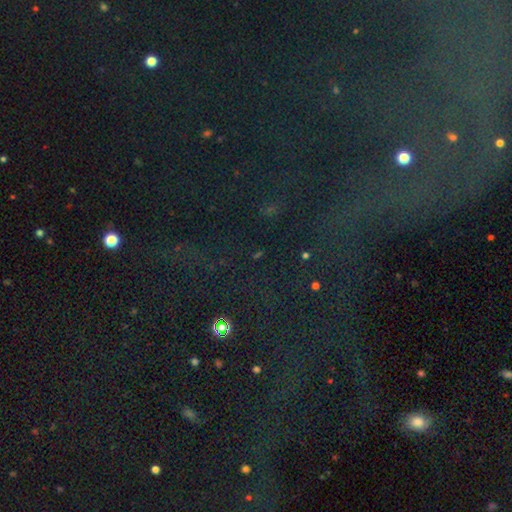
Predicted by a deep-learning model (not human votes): Smooth or featured? star or artifact (77%)